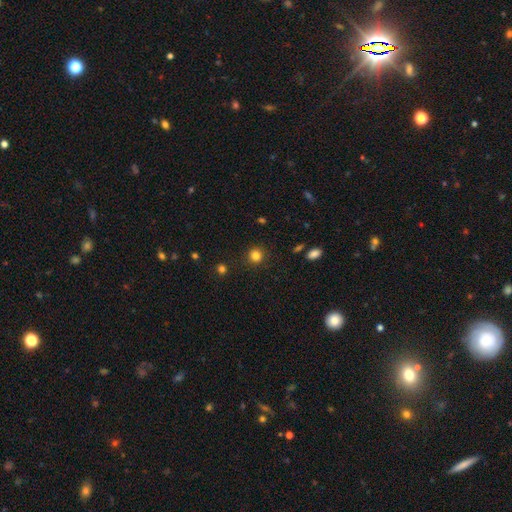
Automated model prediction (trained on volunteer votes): Smooth or featured? Predicted: smooth (p=0.82). How rounded? Predicted: round (p=0.92). Merging? Predicted: none (p=0.89).